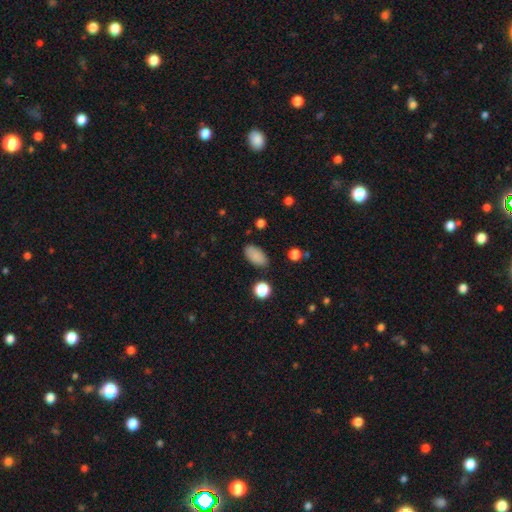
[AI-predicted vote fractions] Overall: smooth (87%). How rounded: in between (93%). Merging: none (84%).